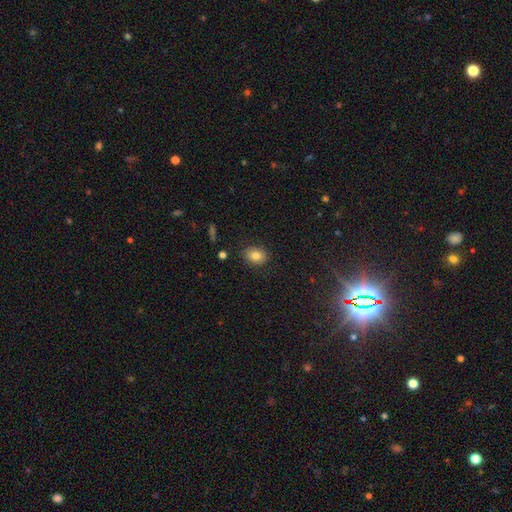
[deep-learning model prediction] Smooth or featured? Predicted: smooth (p=0.81). How rounded? Predicted: in between (p=0.57). Merging? Predicted: none (p=0.84).